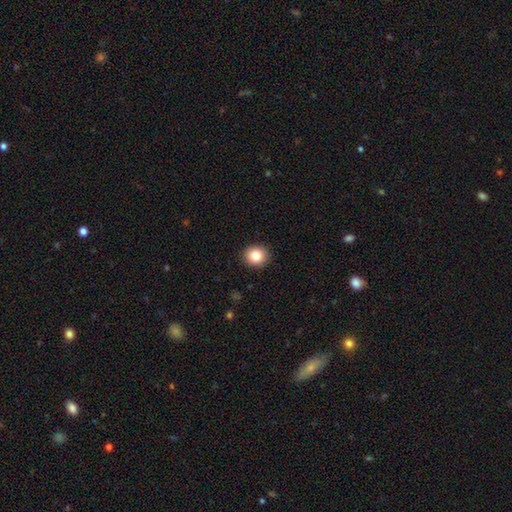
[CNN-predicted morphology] Smooth or featured?
  - smooth: 83% *
  - star or artifact: 10%
  - featured or disk: 7%
How rounded?
  - round: 83% *
  - in between: 16%
  - cigar-shaped: 1%
Merging?
  - none: 92% *
  - minor disturbance: 6%
  - major disturbance: 2%
  - merger: 1%